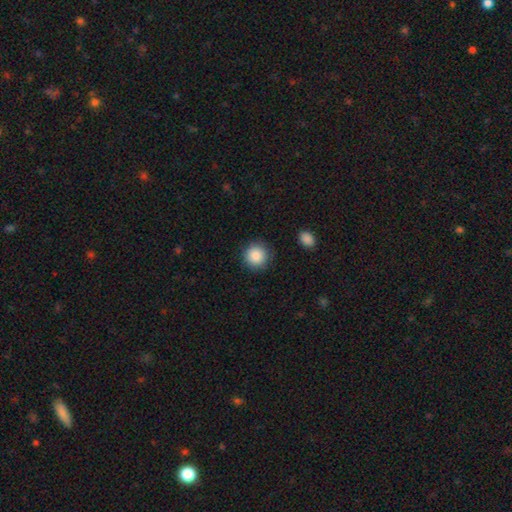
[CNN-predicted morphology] smooth 88%, star or artifact 8%, featured or disk 4%. Down the decision tree: how rounded — round (94%); merging — none (89%).